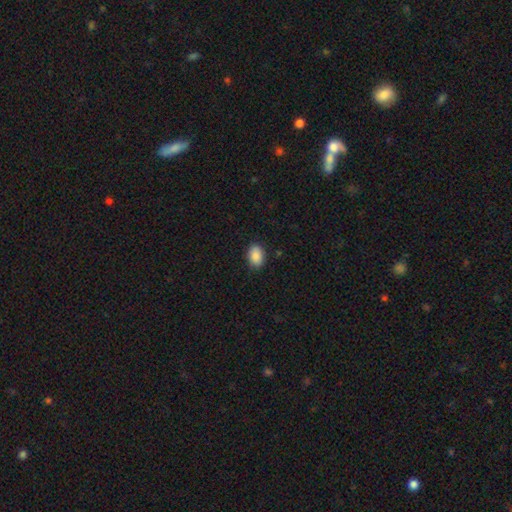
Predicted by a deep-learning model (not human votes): The model was most divided on "how rounded": in between: 82%, round: 17%, cigar-shaped: 1%. More confident: smooth or featured — smooth (89%); merging — none (86%).